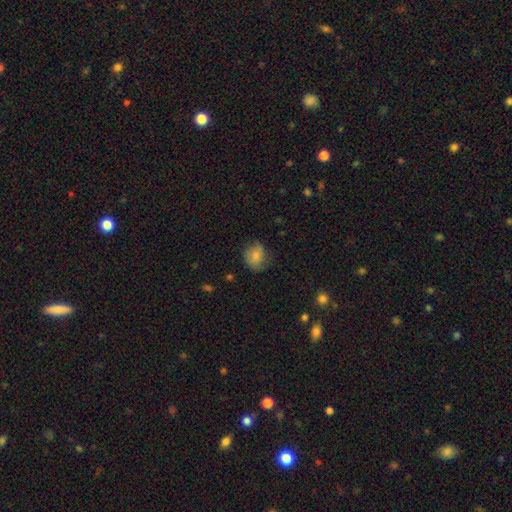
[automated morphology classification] Q: Smooth or featured?
A: smooth (79%); runner-up: featured or disk (12%)
Q: How rounded?
A: round (62%); runner-up: in between (37%)
Q: Merging?
A: none (67%); runner-up: minor disturbance (25%)